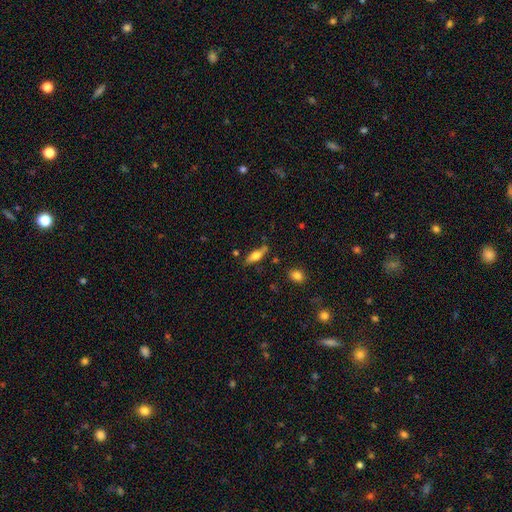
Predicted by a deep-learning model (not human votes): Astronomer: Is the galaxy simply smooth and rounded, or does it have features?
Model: smooth — 55% (runner-up: featured or disk, 38%).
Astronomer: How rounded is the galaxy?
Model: in between — 56% (runner-up: cigar-shaped, 41%).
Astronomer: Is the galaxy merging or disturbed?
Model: none — 72%.